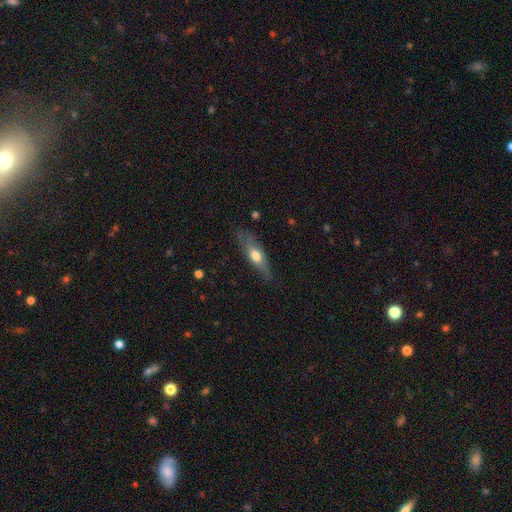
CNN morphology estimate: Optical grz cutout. It shows a smooth galaxy with no disk features (53%) that is cigar-shaped (56%). Merging: none (73%).